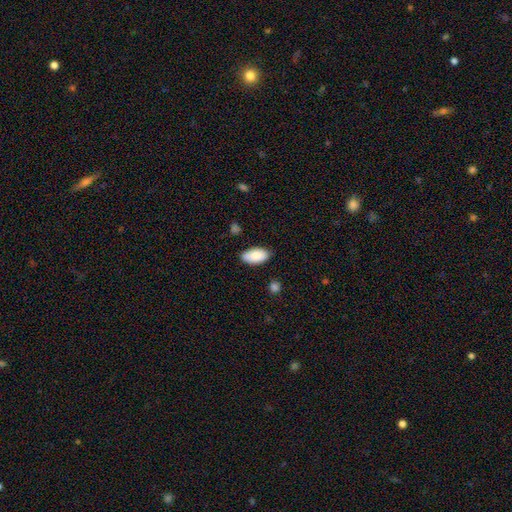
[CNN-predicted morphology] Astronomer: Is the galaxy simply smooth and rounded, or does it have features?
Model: smooth — 86%.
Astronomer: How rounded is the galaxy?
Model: in between — 95%.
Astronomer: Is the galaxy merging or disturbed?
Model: none — 83%.